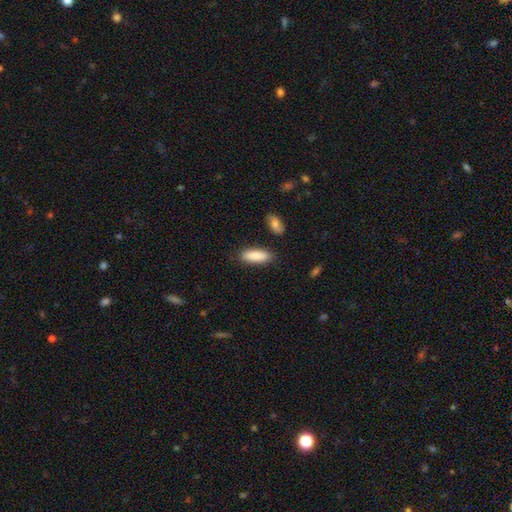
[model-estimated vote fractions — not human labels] Smooth or featured?
  - smooth: 88% *
  - featured or disk: 7%
  - star or artifact: 6%
How rounded?
  - in between: 63% *
  - cigar-shaped: 36%
  - round: 2%
Merging?
  - none: 85% *
  - minor disturbance: 10%
  - merger: 3%
  - major disturbance: 2%